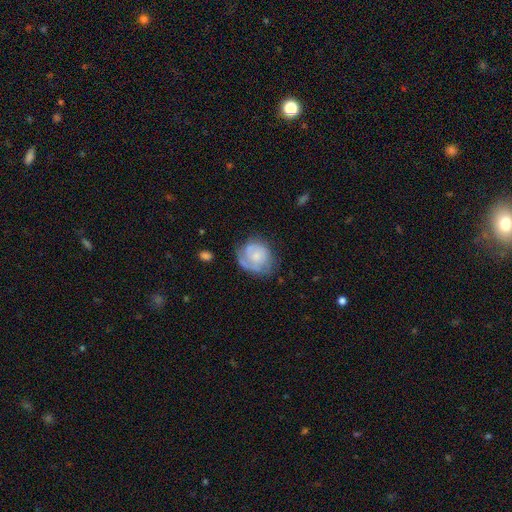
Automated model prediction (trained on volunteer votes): smooth-or-featured: featured or disk: 53% | smooth: 40% | star or artifact: 7%
  disk-edge-on: no: 98% | yes: 2%
    bar: no: 79% | weak: 19% | strong: 3%
    has-spiral-arms: yes: 75% | no: 25%
    bulge-size: small: 44% | moderate: 28% | none: 19% | large: 7% | dominant: 2%
  merging: none: 58% | minor disturbance: 24% | major disturbance: 15% | merger: 3%